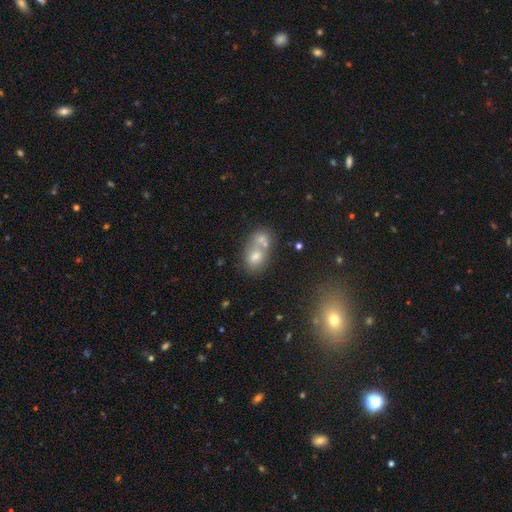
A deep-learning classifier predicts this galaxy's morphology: This is likely a smooth galaxy (61%). How rounded: possibly in between (52%). Merging: possibly merger (59%).